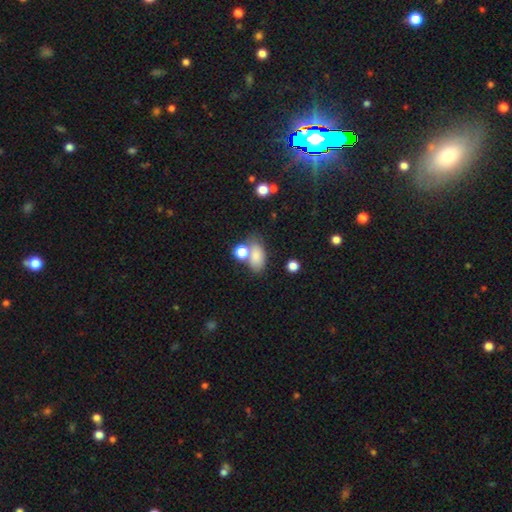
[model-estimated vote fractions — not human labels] A smooth galaxy with no disk features (78%) that is in between round and cigar-shaped (85%). Merging: none (49%).